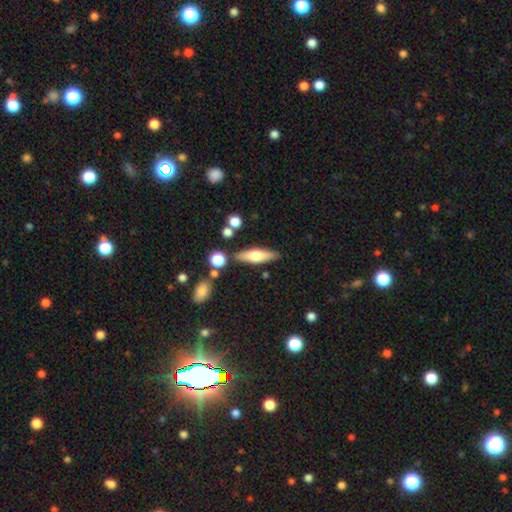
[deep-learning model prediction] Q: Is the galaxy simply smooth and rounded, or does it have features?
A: smooth — 52%.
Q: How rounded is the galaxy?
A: cigar-shaped — 58%.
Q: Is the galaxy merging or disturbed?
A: none — 82%.